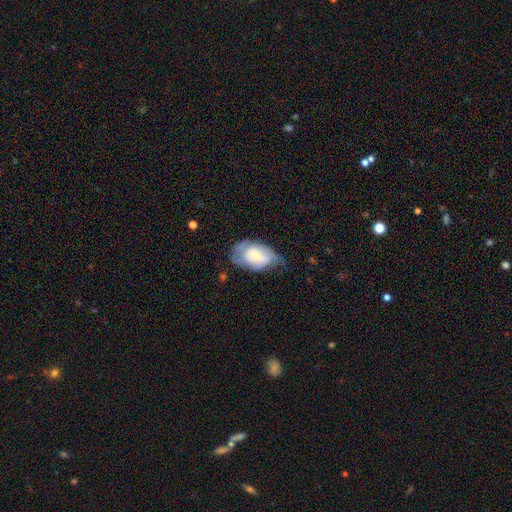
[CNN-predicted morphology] smooth_or_featured: smooth (p=0.46) [tied with: featured or disk p=0.46]
merging: none (p=0.44) [alt: minor disturbance p=0.36]